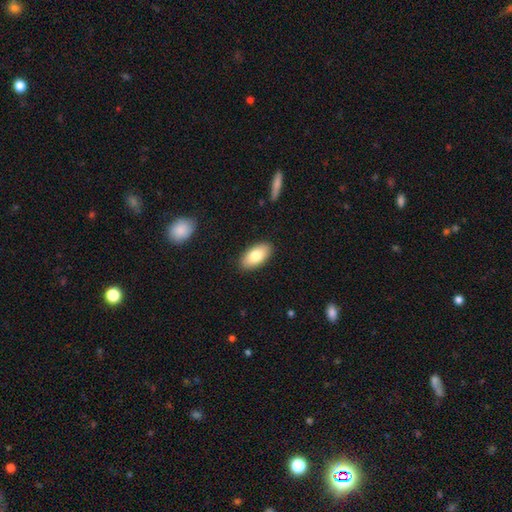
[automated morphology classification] Smooth or featured: smooth — 80% (featured or disk — 14%)
How rounded: in between — 94% (cigar-shaped — 3%)
Merging: none — 89% (minor disturbance — 8%)